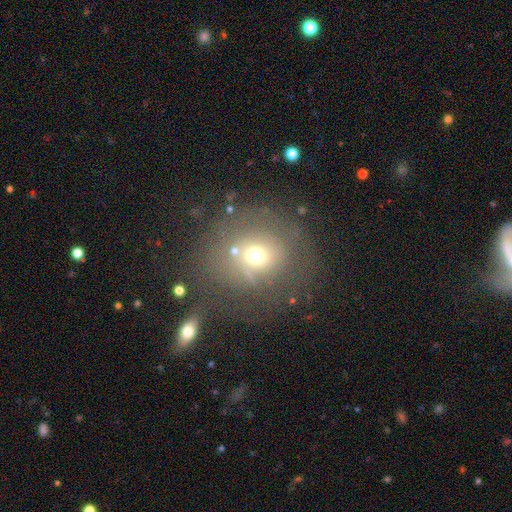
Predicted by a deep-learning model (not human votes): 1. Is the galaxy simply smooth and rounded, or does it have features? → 58% smooth, 22% featured or disk, 20% star or artifact.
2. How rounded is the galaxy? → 82% round, 17% in between, 1% cigar-shaped.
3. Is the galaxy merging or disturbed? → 60% none, 18% major disturbance, 17% minor disturbance, 6% merger.